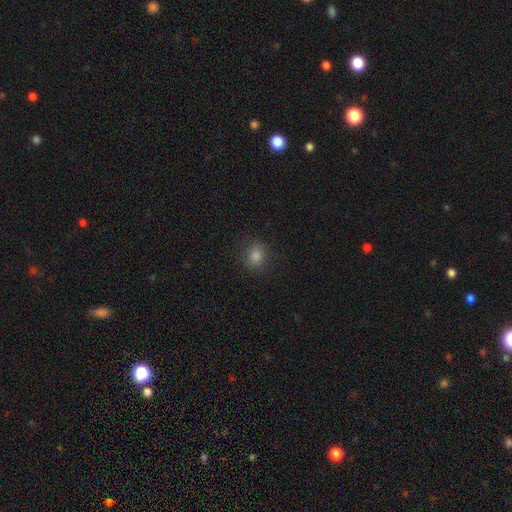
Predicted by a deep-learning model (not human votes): Smooth or featured?
  - smooth: 80% *
  - star or artifact: 15%
  - featured or disk: 5%
How rounded?
  - round: 59% *
  - in between: 40%
  - cigar-shaped: 1%
Merging?
  - none: 83% *
  - minor disturbance: 12%
  - major disturbance: 4%
  - merger: 1%